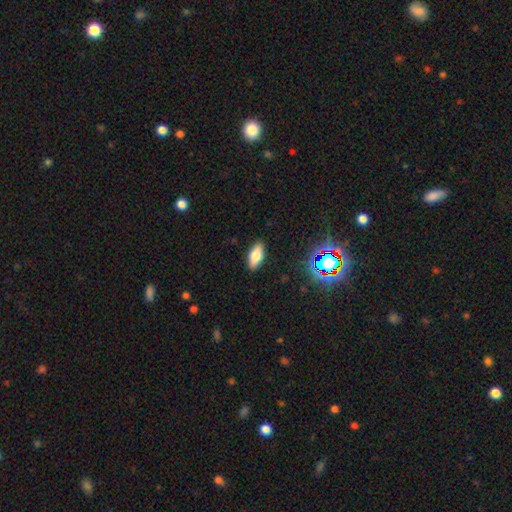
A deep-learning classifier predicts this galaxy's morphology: This appears to be a smooth galaxy with no disk features (75%) that is in between round and cigar-shaped (82%). Merging: none (89%).